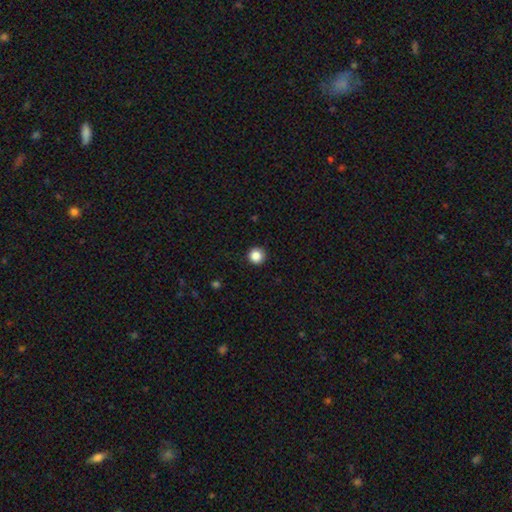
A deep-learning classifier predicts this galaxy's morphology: A smooth galaxy with no disk features (86%) that is round (96%).

Vote fractions:
- Smooth or featured? smooth: 86% / star or artifact: 10% / featured or disk: 4%
- How rounded? round: 96% / in between: 3% / cigar-shaped: 1%
- Merging? none: 92% / minor disturbance: 5% / major disturbance: 2% / merger: 1%